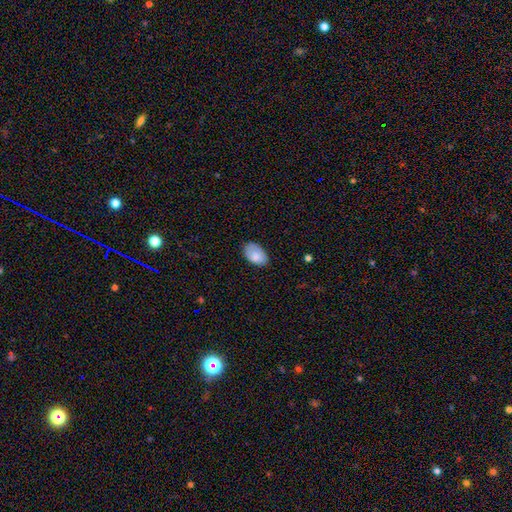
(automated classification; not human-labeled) Smooth or featured? Predicted: smooth (p=0.83). How rounded? Predicted: in between (p=0.91). Merging? Predicted: none (p=0.73).